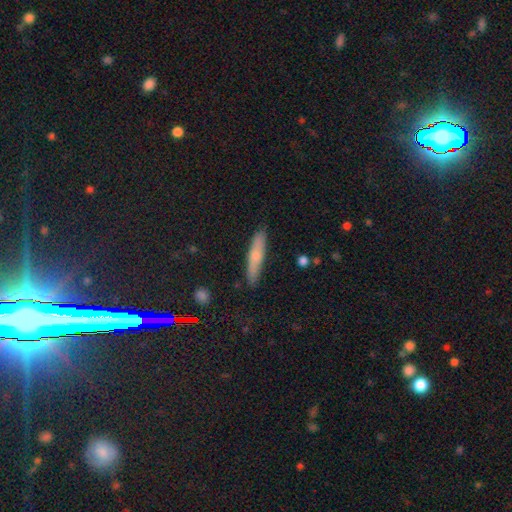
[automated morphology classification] Smooth or featured?
  - smooth: 61% *
  - featured or disk: 32%
  - star or artifact: 7%
How rounded?
  - cigar-shaped: 85% *
  - in between: 13%
  - round: 2%
Merging?
  - none: 86% *
  - minor disturbance: 10%
  - major disturbance: 2%
  - merger: 1%